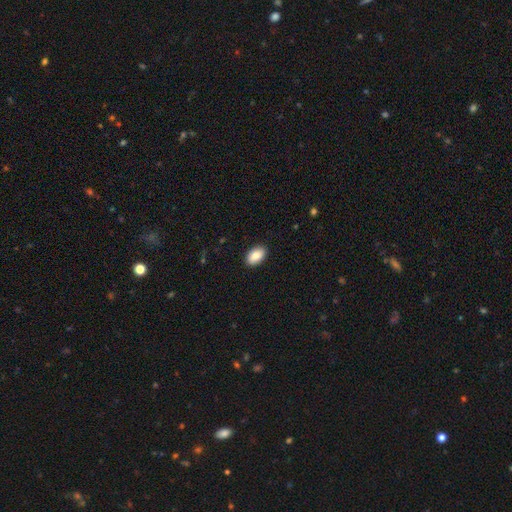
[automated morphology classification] Smooth or featured? Predicted: smooth (p=0.88). How rounded? Predicted: in between (p=0.93). Merging? Predicted: none (p=0.90).